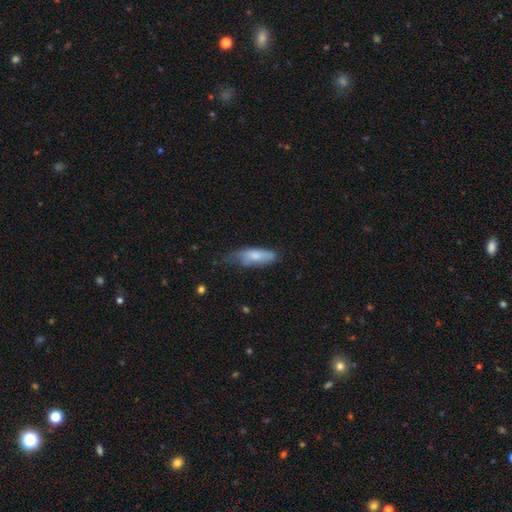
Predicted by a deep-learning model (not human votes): smooth 70%, featured or disk 24%, star or artifact 6%. Down the decision tree: how rounded — in between (64%); merging — minor disturbance (42%).